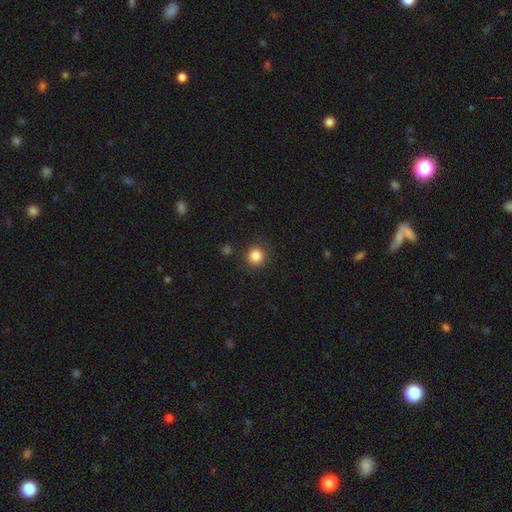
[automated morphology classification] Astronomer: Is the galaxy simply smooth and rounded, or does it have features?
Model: smooth — 85%.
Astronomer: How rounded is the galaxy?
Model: round — 93%.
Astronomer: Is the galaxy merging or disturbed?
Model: none — 90%.